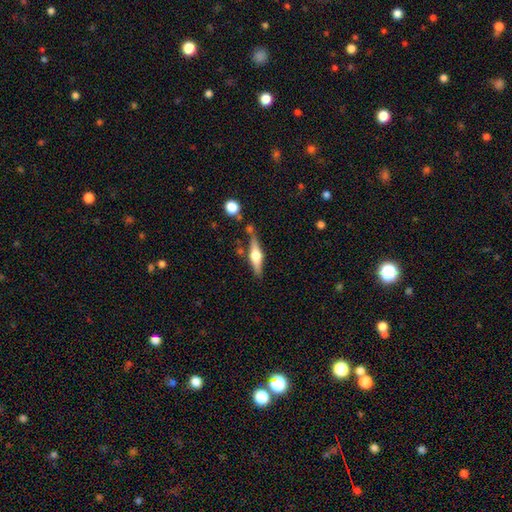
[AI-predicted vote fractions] A featured or disk galaxy (66%) viewed edge-on (96%) with a rounded central bulge (92%). Merging: none (73%).